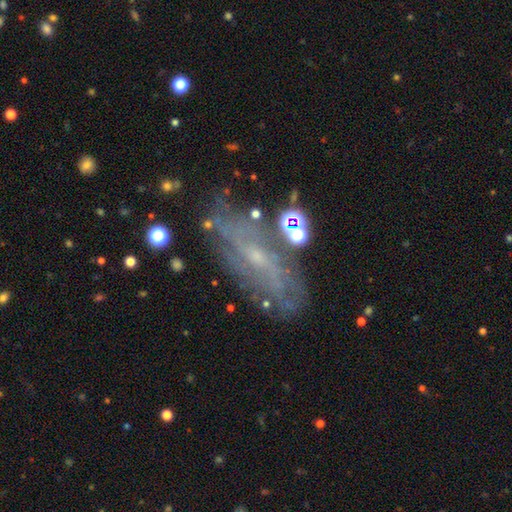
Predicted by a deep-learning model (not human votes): This appears to be a featured or disk galaxy (71%) with no bar (53%), spiral arms (74%) and a small central bulge (79%). Merging: none (72%).